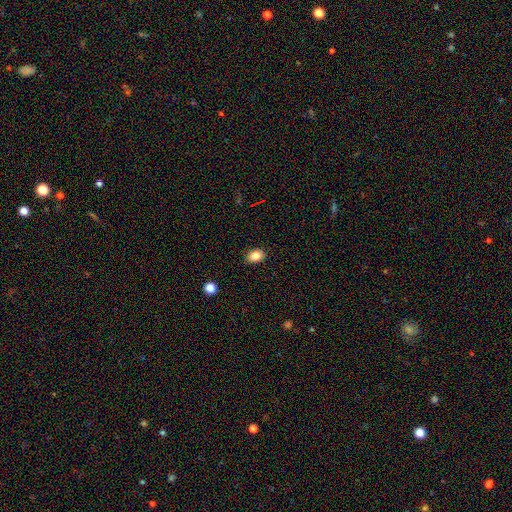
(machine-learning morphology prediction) The model was most divided on "how rounded": in between: 81%, round: 18%, cigar-shaped: 1%. More confident: merging — none (88%); smooth or featured — smooth (84%).